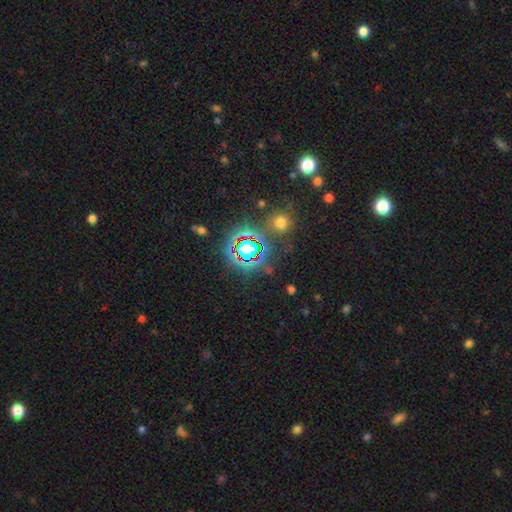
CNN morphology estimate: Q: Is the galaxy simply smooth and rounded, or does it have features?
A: star or artifact — 80%.